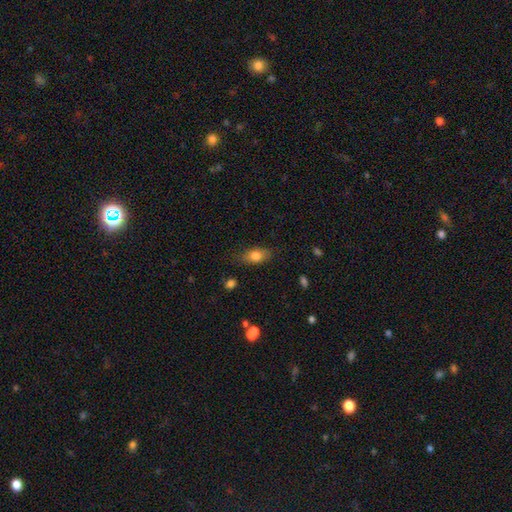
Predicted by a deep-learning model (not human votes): Smooth or featured? Predicted: smooth (p=0.79). How rounded? Predicted: in between (p=0.80). Merging? Predicted: none (p=0.76).